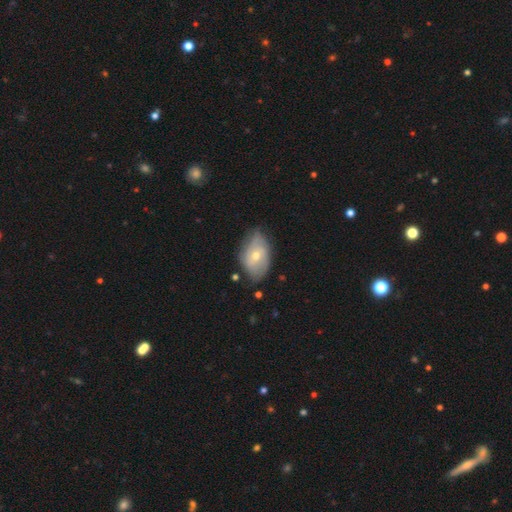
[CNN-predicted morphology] This appears to be a featured or disk galaxy (48%). Merging: none (62%).